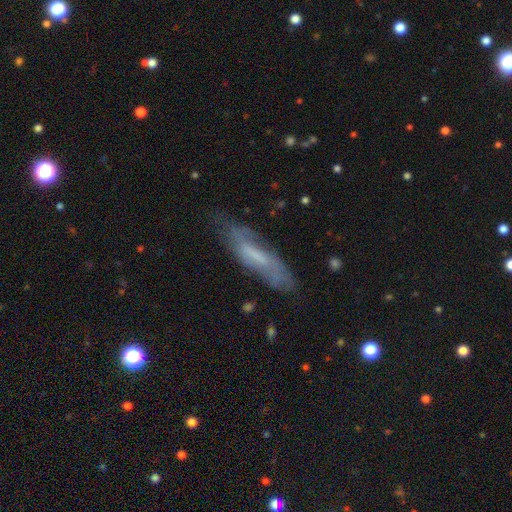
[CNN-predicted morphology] Overall: featured or disk (53%; smooth 39%). Edge-on disk: no (60%; yes 40%). Merging: none (67%).